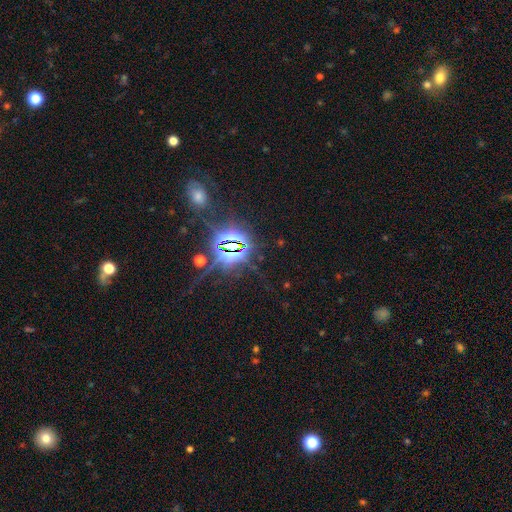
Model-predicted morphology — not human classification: The model was most divided on "smooth or featured": star or artifact: 83%, smooth: 9%, featured or disk: 7%.